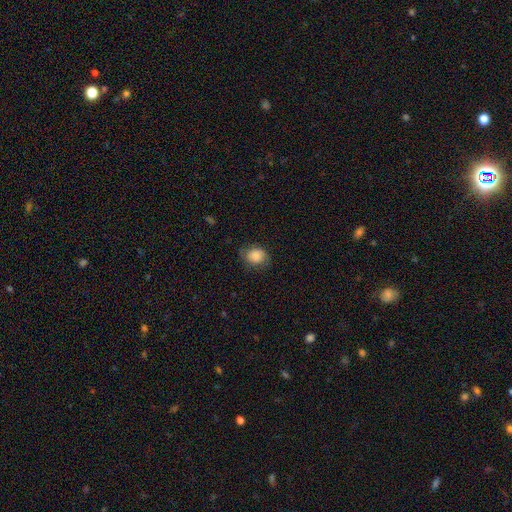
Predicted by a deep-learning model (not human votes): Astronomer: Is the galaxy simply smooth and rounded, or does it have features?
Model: smooth — 82%.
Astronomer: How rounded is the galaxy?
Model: round — 62% (runner-up: in between, 37%).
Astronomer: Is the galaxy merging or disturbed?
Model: none — 68%.